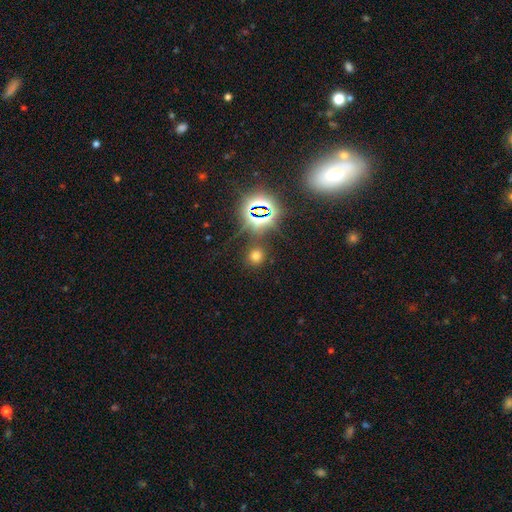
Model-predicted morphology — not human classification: Smooth or featured: smooth — 61% (star or artifact — 32%)
How rounded: round — 87% (in between — 11%)
Merging: none — 84% (minor disturbance — 8%)